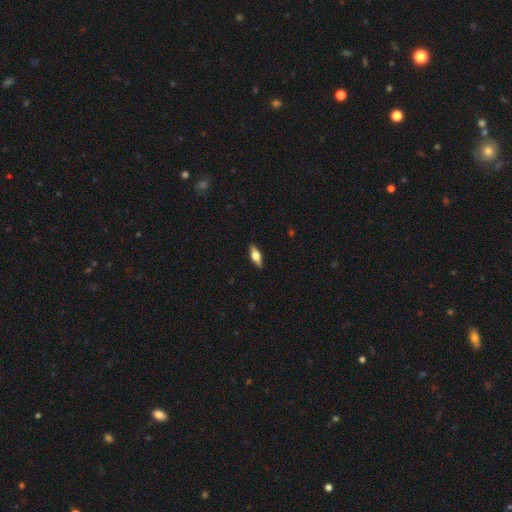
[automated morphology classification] Smooth or featured?
  - smooth: 55% *
  - featured or disk: 39%
  - star or artifact: 6%
How rounded?
  - in between: 65% *
  - cigar-shaped: 32%
  - round: 3%
Merging?
  - none: 90% *
  - minor disturbance: 8%
  - major disturbance: 2%
  - merger: 1%